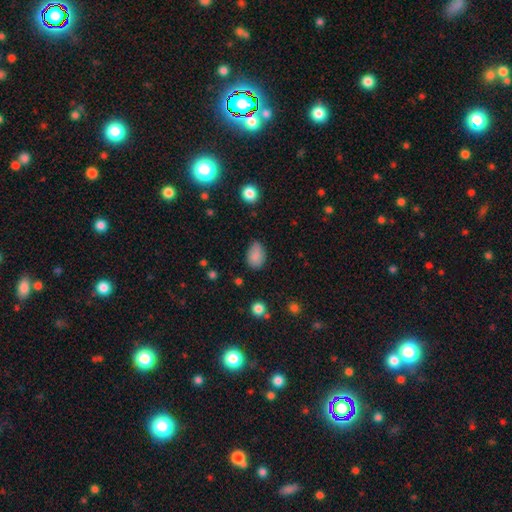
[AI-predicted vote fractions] A smooth galaxy with no disk features (85%) that is in between round and cigar-shaped (84%). Merging: none (67%).